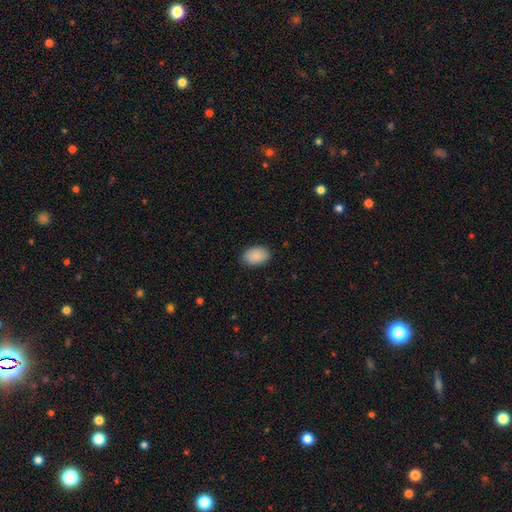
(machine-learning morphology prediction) type=smooth (88%); roundness=in between (86%); merging=none (87%).